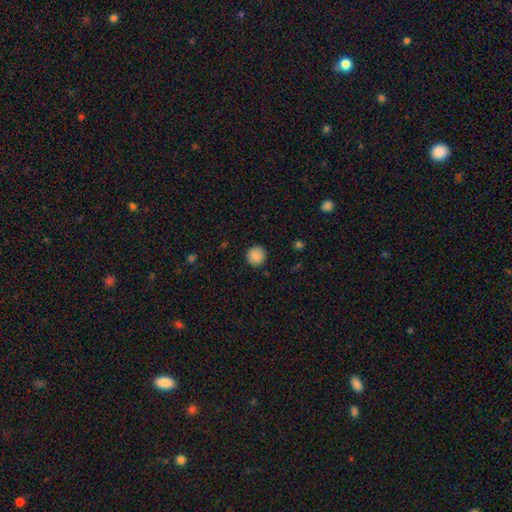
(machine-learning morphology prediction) type=smooth (89%); roundness=round (95%); merging=none (92%).